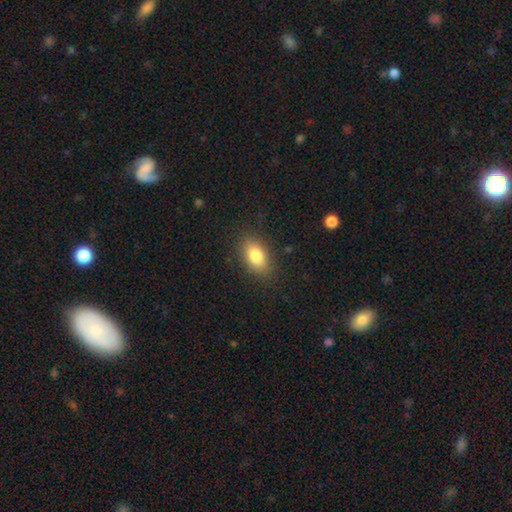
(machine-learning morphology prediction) smooth 83%, featured or disk 9%, star or artifact 8%. Down the decision tree: how rounded — in between (88%); merging — none (85%).